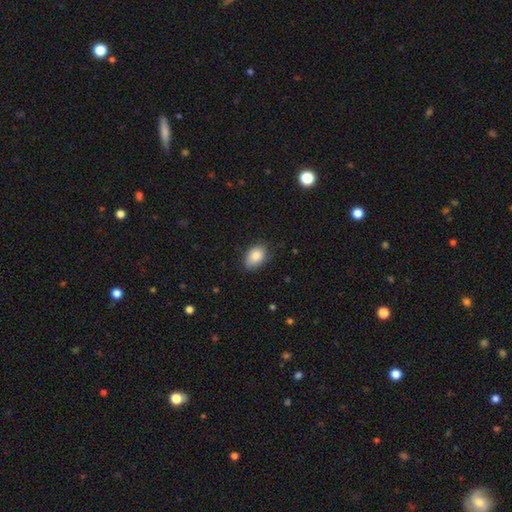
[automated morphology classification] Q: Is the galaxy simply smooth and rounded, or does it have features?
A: smooth — 85%.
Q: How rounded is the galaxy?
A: in between — 85%.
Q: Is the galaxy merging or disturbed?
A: none — 76%.